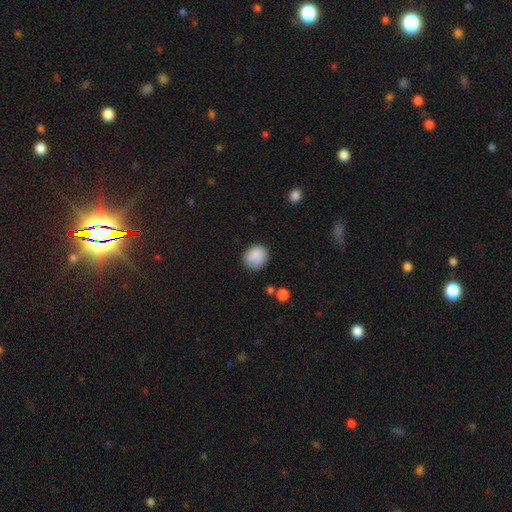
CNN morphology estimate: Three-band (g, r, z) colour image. It shows a smooth galaxy with no disk features (88%) that is round (70%). Merging: none (79%).